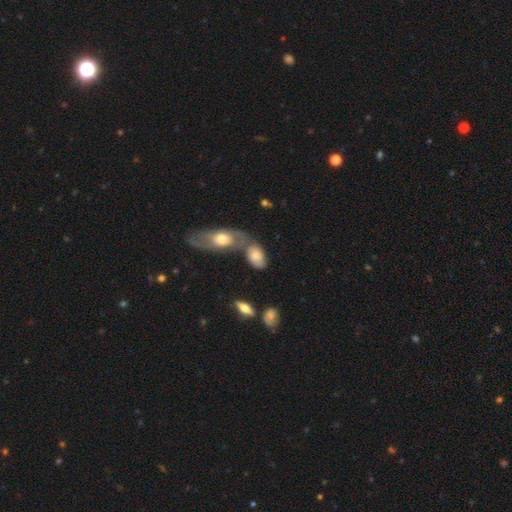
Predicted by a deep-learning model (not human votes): smooth-or-featured: smooth: 65% | featured or disk: 27% | star or artifact: 8%
  how-rounded: in between: 89% | round: 8% | cigar-shaped: 3%
  merging: merger: 47% | none: 30% | minor disturbance: 14% | major disturbance: 8%